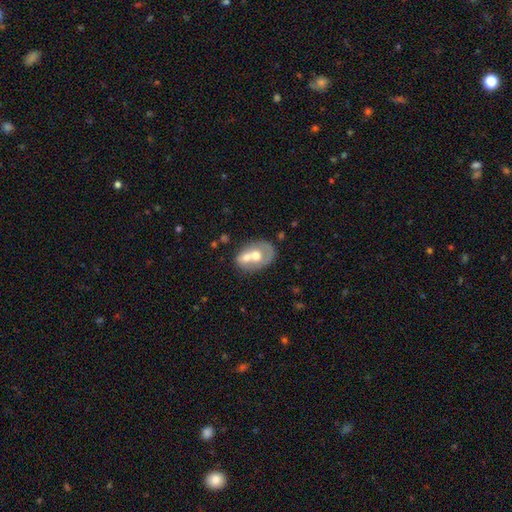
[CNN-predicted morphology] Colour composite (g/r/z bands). It shows a smooth galaxy with no disk features (47%). Merging: merger (60%).